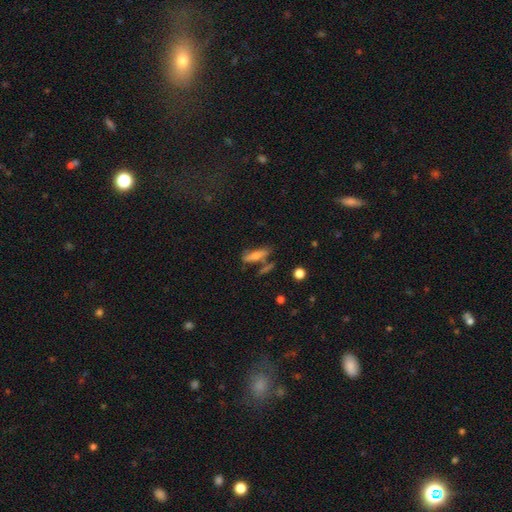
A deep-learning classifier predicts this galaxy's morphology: smooth 60%, featured or disk 31%, star or artifact 9%. Down the decision tree: how rounded — cigar-shaped (62%); merging — none (59%).